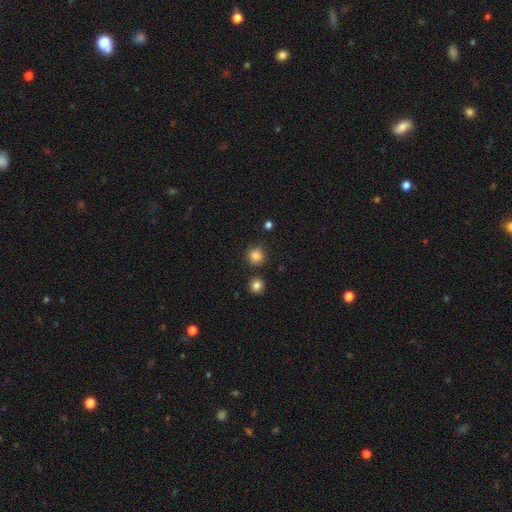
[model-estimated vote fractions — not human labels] This is clearly a smooth galaxy (83%). How rounded: clearly round (91%). Merging: clearly none (83%).